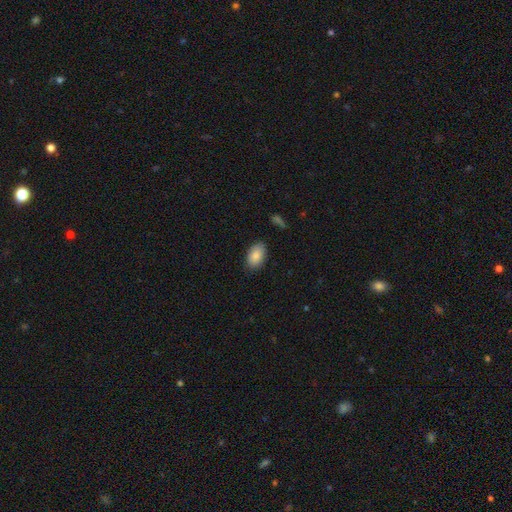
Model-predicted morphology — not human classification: type=smooth (87%); roundness=in between (91%); merging=none (84%).